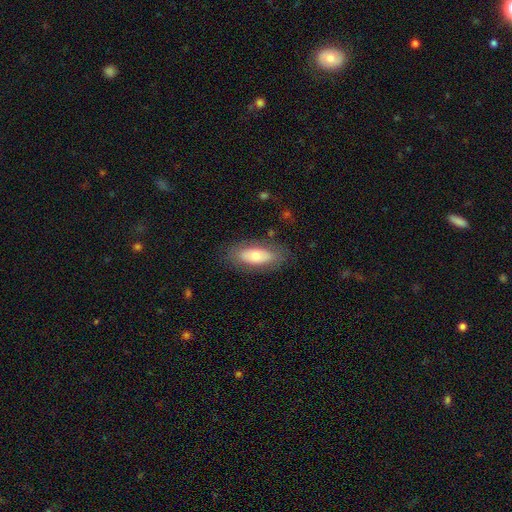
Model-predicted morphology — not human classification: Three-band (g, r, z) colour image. It shows a smooth galaxy with no disk features (65%) that is in between round and cigar-shaped (80%). Merging: none (80%).